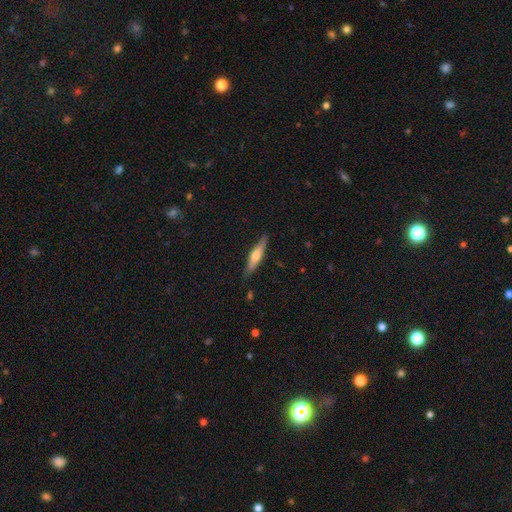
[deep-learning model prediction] Smooth or featured?
  - featured or disk: 49% *
  - smooth: 46%
  - star or artifact: 6%
Merging?
  - none: 86% *
  - minor disturbance: 11%
  - major disturbance: 2%
  - merger: 1%